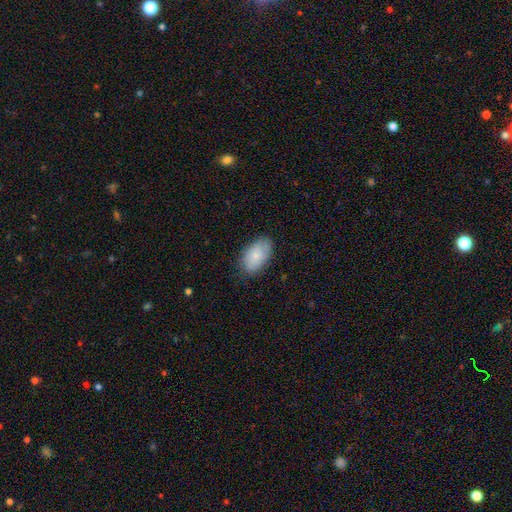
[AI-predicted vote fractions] Smooth or featured?
  - smooth: 80% *
  - featured or disk: 13%
  - star or artifact: 6%
How rounded?
  - in between: 94% *
  - round: 5%
  - cigar-shaped: 2%
Merging?
  - none: 80% *
  - minor disturbance: 16%
  - major disturbance: 3%
  - merger: 1%